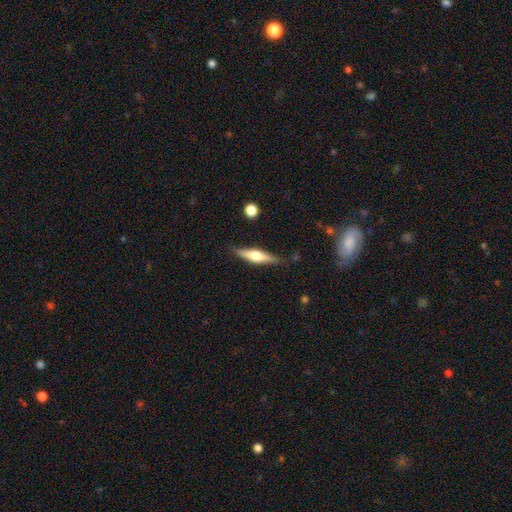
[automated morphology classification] smooth-or-featured: featured or disk: 55% | smooth: 40% | star or artifact: 6%
  disk-edge-on: yes: 94% | no: 6%
    edge-on-bulge: rounded: 90% | boxy: 7% | none: 3%
  merging: none: 82% | minor disturbance: 13% | major disturbance: 3% | merger: 2%